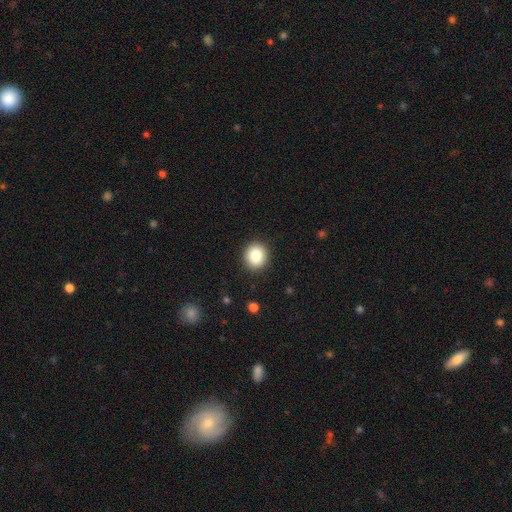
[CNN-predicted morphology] The model was most divided on "how rounded": round: 82%, in between: 17%, cigar-shaped: 1%. More confident: merging — none (90%); smooth or featured — smooth (86%).